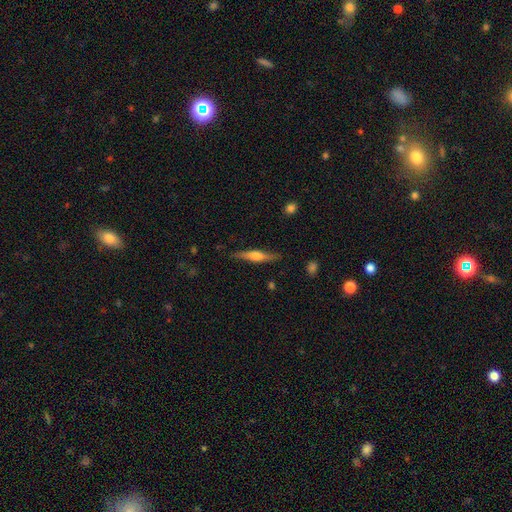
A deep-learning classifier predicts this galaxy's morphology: smooth_or_featured: featured or disk (p=0.61) [alt: smooth p=0.33]
disk_edge_on: yes (p=0.96) [alt: no p=0.04]
edge_on_bulge: rounded (p=0.81) [alt: boxy p=0.14]
merging: none (p=0.85) [alt: minor disturbance p=0.11]